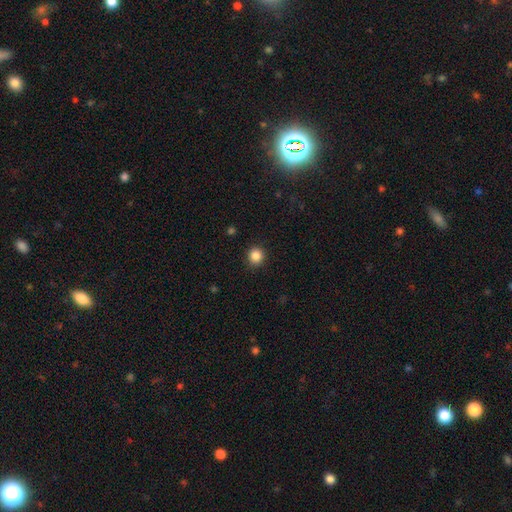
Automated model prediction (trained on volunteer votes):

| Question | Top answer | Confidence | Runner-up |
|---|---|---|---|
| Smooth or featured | smooth | 86% | star or artifact (11%) |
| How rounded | round | 91% | in between (8%) |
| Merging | none | 91% | minor disturbance (6%) |